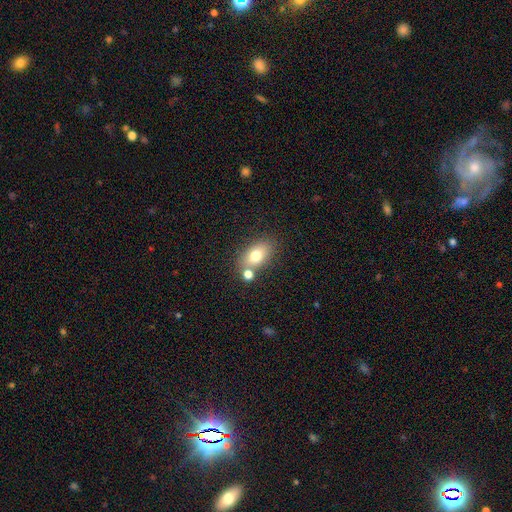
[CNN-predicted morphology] A smooth galaxy with no disk features (74%) that is in between round and cigar-shaped (81%). Merging: none (65%).